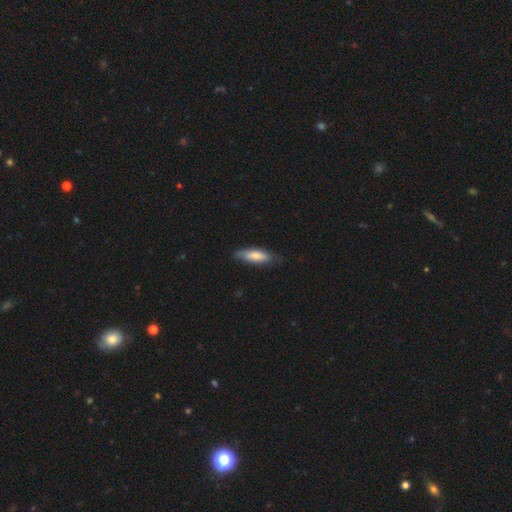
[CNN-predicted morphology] Q: Smooth or featured?
A: smooth (74%); runner-up: featured or disk (20%)
Q: How rounded?
A: cigar-shaped (52%); runner-up: in between (46%)
Q: Merging?
A: none (77%); runner-up: minor disturbance (19%)